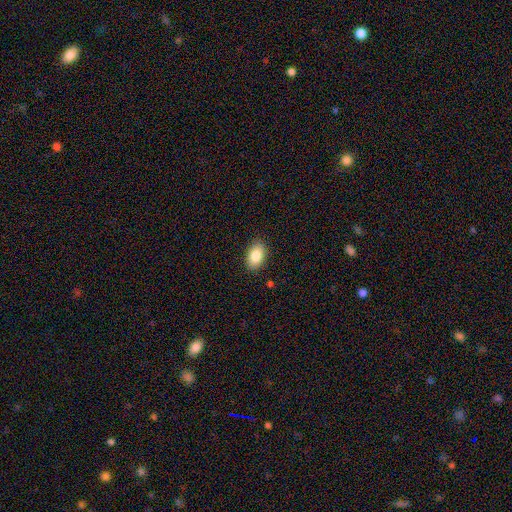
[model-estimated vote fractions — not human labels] Smooth or featured: smooth — 85% (featured or disk — 7%)
How rounded: in between — 92% (round — 7%)
Merging: none — 88% (minor disturbance — 9%)